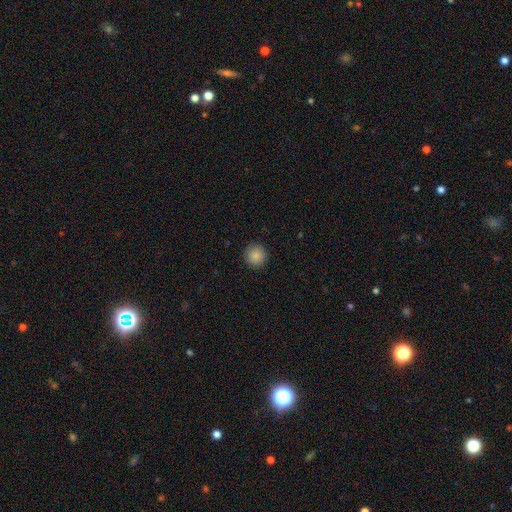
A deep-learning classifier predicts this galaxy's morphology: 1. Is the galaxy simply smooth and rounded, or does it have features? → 88% smooth, 9% star or artifact, 4% featured or disk.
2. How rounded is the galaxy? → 95% round, 4% in between, 1% cigar-shaped.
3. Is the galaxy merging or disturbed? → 92% none, 6% minor disturbance, 2% major disturbance, 1% merger.